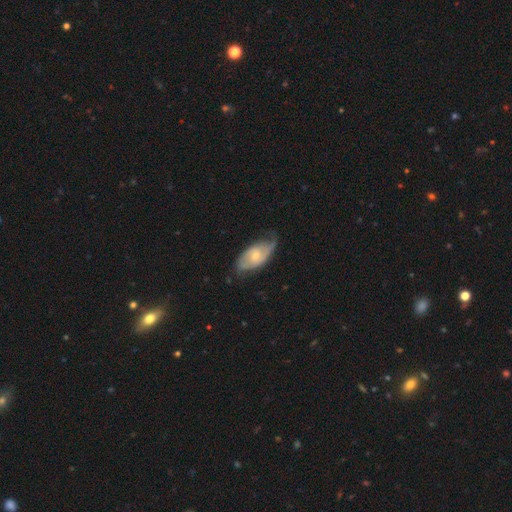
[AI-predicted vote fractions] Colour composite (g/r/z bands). It shows a featured or disk galaxy (64%) with no bar (66%), spiral arms (82%) and a small central bulge (53%). Merging: none (55%).